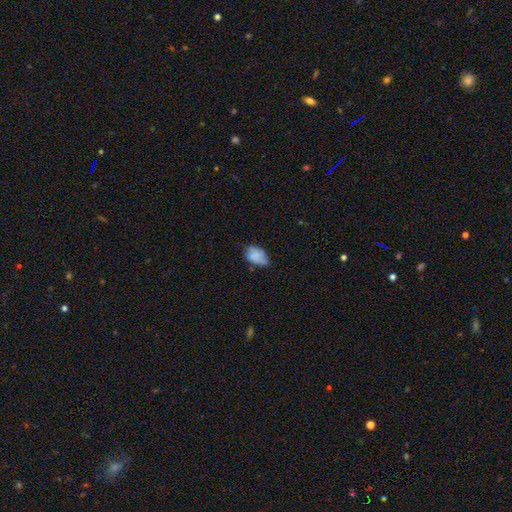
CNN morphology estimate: A smooth galaxy with no disk features (77%) that is in between round and cigar-shaped (87%). Merging: none (46%).